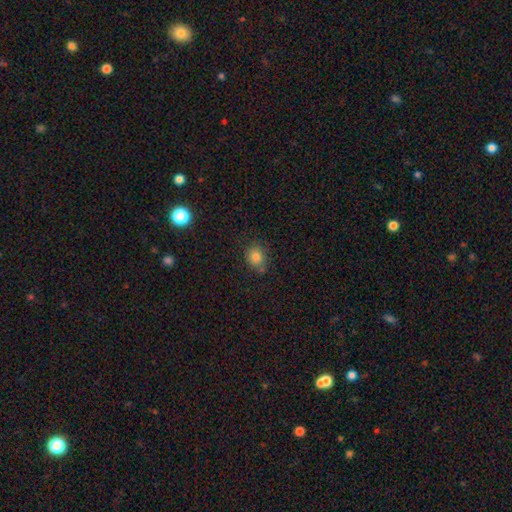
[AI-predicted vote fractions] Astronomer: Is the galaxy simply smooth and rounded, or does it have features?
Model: smooth — 79%.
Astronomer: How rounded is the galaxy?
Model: round — 71%.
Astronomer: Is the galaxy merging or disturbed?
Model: none — 75%.